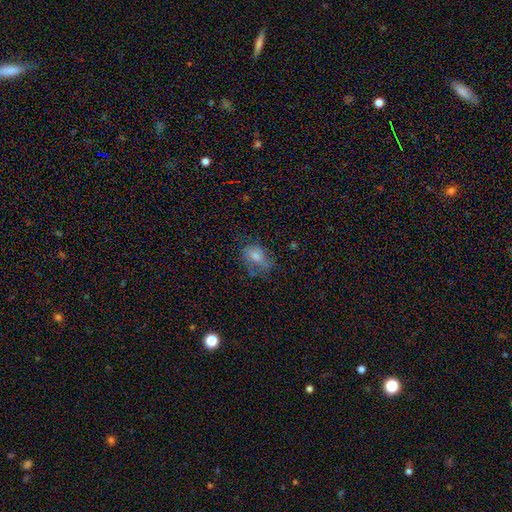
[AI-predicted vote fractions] This appears to be a smooth galaxy with no disk features (56%) that is in between round and cigar-shaped (66%). Merging: none (52%).